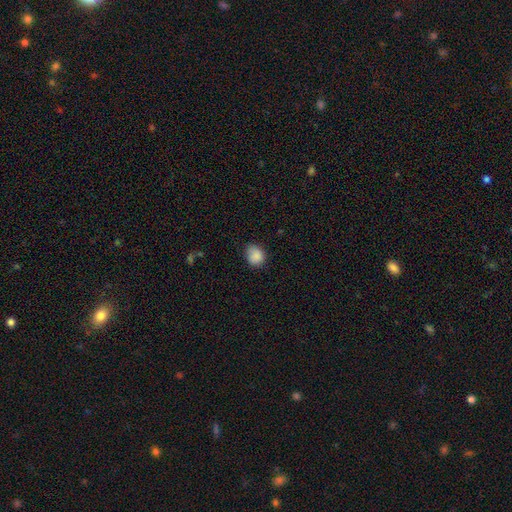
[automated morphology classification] This appears to be a smooth galaxy with no disk features (86%) that is round (56%). Merging: none (66%).